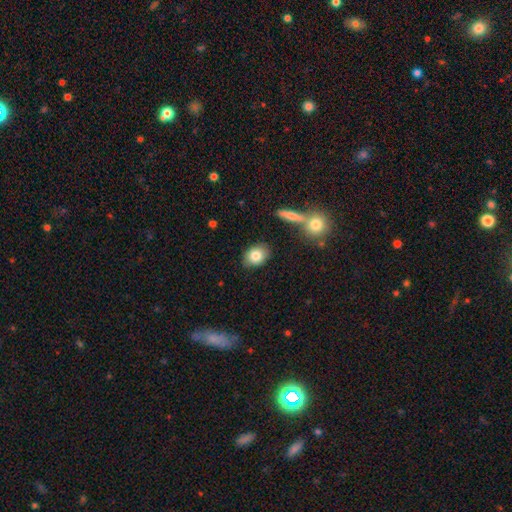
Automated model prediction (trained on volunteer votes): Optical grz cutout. It shows a smooth galaxy with no disk features (81%) that is in between round and cigar-shaped (66%). Merging: none (82%).